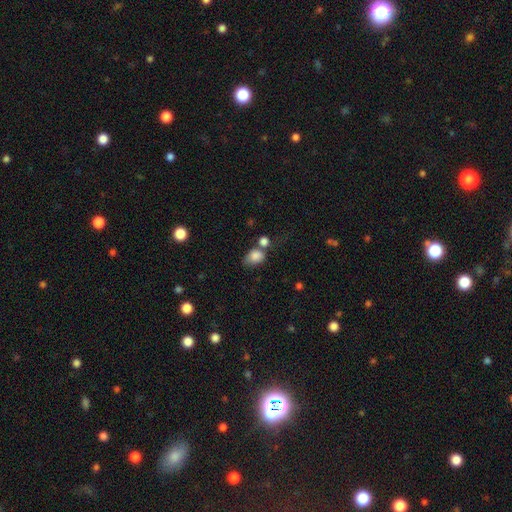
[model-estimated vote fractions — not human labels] smooth_or_featured: smooth (p=0.83) [alt: star or artifact p=0.09]
how_rounded: in between (p=0.68) [alt: round p=0.31]
merging: none (p=0.37) [alt: merger p=0.27]